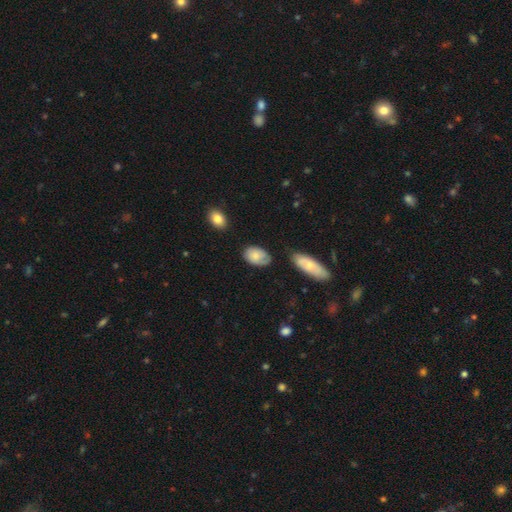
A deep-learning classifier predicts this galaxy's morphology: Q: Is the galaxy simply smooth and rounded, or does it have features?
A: smooth — 73%.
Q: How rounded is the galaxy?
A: in between — 87%.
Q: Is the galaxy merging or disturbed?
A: none — 58%.